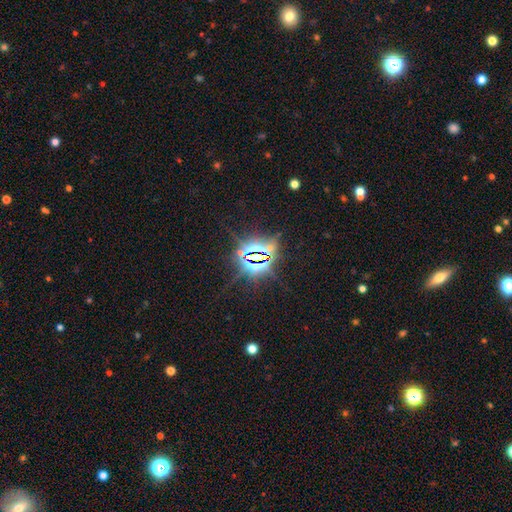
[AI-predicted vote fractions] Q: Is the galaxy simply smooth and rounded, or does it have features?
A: star or artifact — 85%.